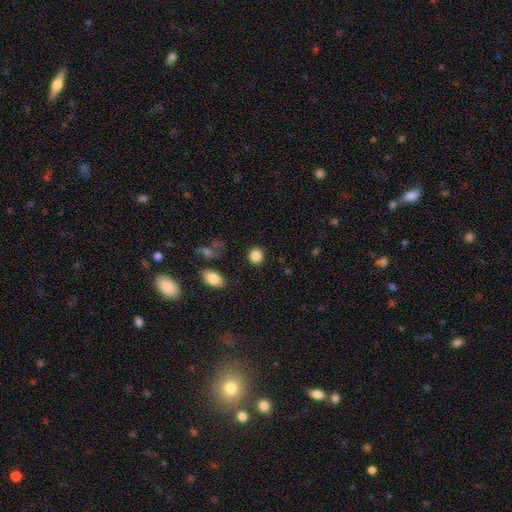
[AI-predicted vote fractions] This is clearly a smooth galaxy (86%). How rounded: clearly round (85%). Merging: clearly none (89%).